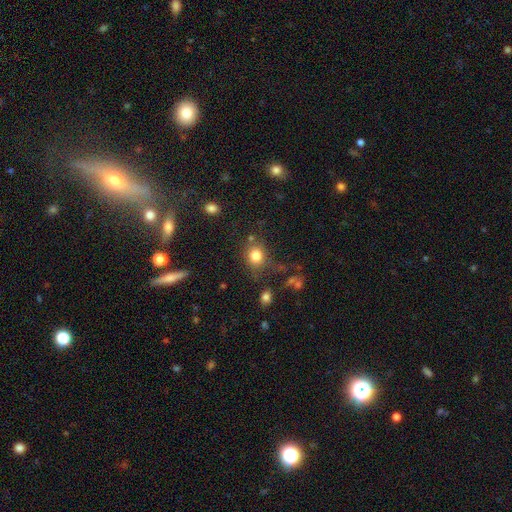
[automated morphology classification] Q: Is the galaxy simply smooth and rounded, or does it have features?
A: smooth — 80%.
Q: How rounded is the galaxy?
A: round — 73%.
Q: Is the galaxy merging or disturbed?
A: none — 70%.